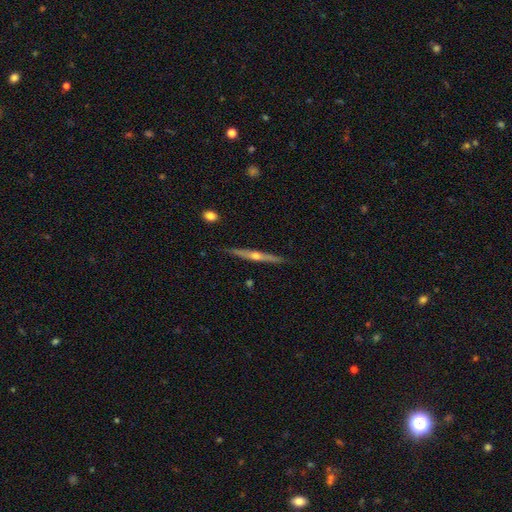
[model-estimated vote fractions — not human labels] Overall: featured or disk (78%). Edge-on disk: yes (98%). Edge-on bulge: rounded (90%). Merging: none (89%).